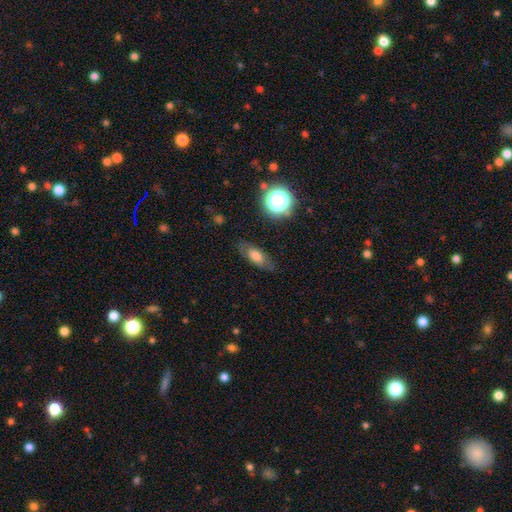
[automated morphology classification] Q: Smooth or featured?
A: smooth (63%); runner-up: featured or disk (25%)
Q: How rounded?
A: in between (74%); runner-up: cigar-shaped (20%)
Q: Merging?
A: none (77%); runner-up: minor disturbance (15%)